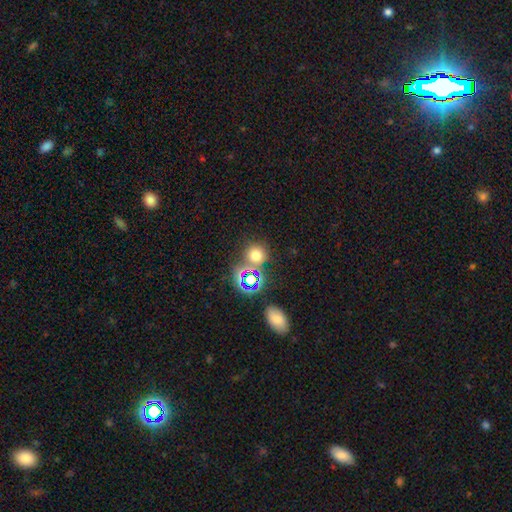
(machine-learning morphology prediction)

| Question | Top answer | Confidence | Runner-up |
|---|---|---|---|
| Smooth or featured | smooth | 65% | star or artifact (28%) |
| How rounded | round | 85% | in between (14%) |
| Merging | none | 71% | merger (16%) |